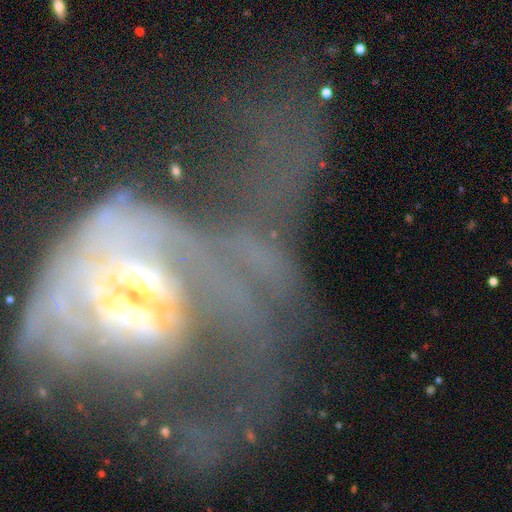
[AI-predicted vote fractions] The model was most divided on "spiral arms": no: 52%, yes: 48%. Remaining: edge-on disk — no (94%); smooth or featured — featured or disk (69%); bar — no (68%); merging — major disturbance (50%); bulge size — moderate (41%).